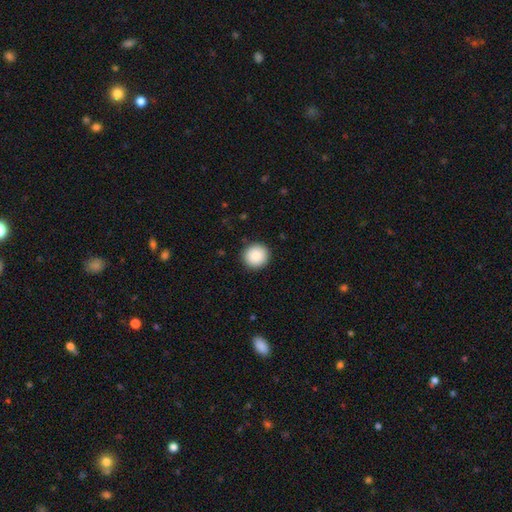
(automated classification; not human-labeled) Smooth or featured? Predicted: smooth (p=0.89). How rounded? Predicted: round (p=0.94). Merging? Predicted: none (p=0.92).